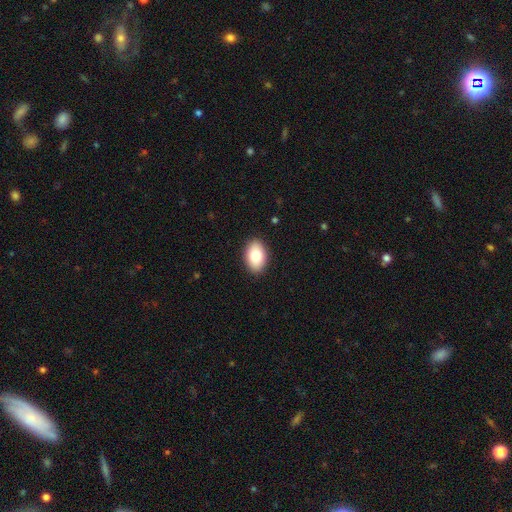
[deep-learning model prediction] smooth-or-featured: smooth: 82% | featured or disk: 11% | star or artifact: 7%
  how-rounded: in between: 89% | round: 10% | cigar-shaped: 1%
  merging: none: 90% | minor disturbance: 7% | major disturbance: 2% | merger: 1%